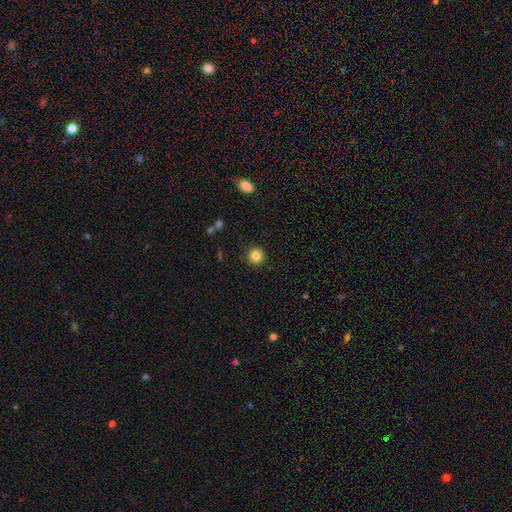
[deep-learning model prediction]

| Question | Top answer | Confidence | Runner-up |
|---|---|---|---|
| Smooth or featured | smooth | 84% | star or artifact (11%) |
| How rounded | round | 93% | in between (6%) |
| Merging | none | 91% | minor disturbance (6%) |